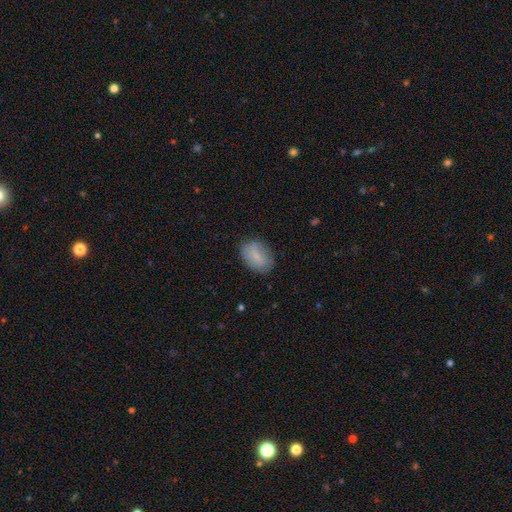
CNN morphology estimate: smooth_or_featured: smooth (p=0.81) [alt: featured or disk p=0.13]
how_rounded: in between (p=0.84) [alt: round p=0.15]
merging: none (p=0.81) [alt: minor disturbance p=0.14]